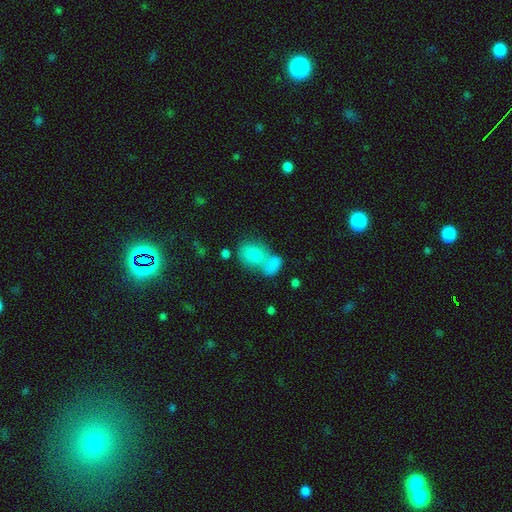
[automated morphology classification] smooth 77%, star or artifact 12%, featured or disk 11%. Down the decision tree: how rounded — in between (75%); merging — merger (60%).